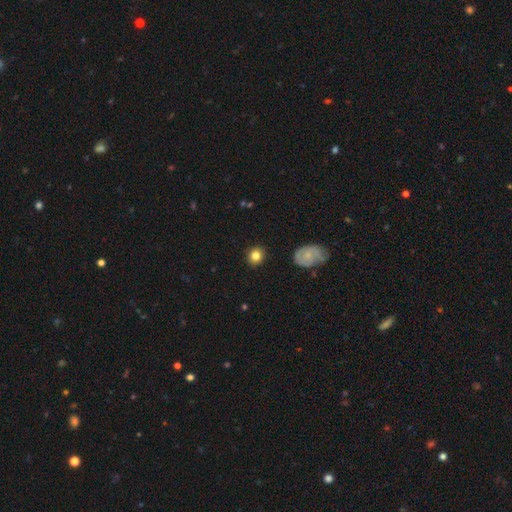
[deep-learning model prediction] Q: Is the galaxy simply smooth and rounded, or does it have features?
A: smooth — 82%.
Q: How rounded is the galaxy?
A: round — 86%.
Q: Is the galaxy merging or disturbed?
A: none — 89%.